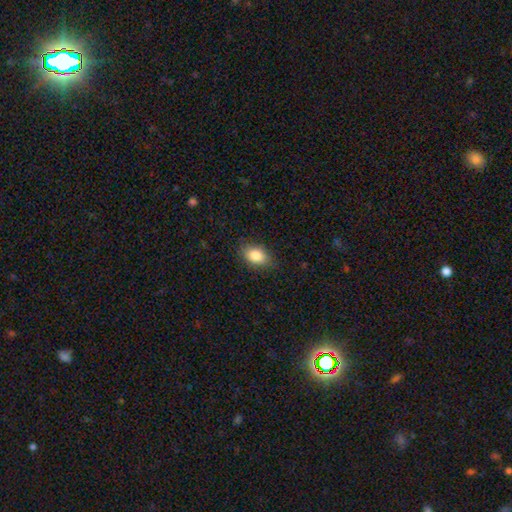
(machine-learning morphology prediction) Smooth or featured? smooth (83%)
How rounded? in between (82%)
Merging? none (83%)